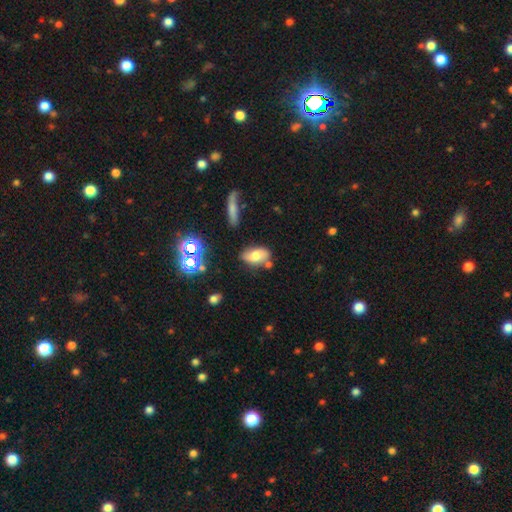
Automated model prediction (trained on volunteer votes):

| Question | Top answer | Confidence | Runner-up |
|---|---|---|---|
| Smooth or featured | smooth | 65% | featured or disk (23%) |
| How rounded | in between | 89% | round (8%) |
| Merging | none | 66% | minor disturbance (18%) |